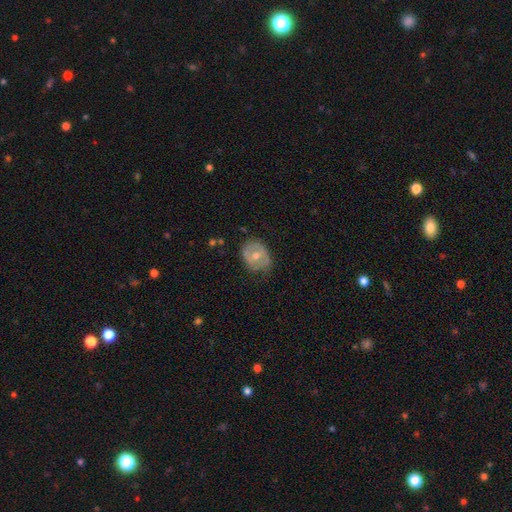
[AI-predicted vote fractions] A featured or disk galaxy (47%). Merging: none (61%).